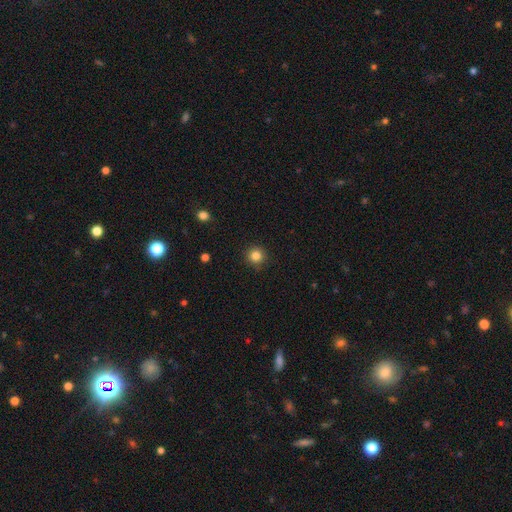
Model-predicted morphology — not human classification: A smooth galaxy with no disk features (84%) that is round (95%). Merging: none (90%).